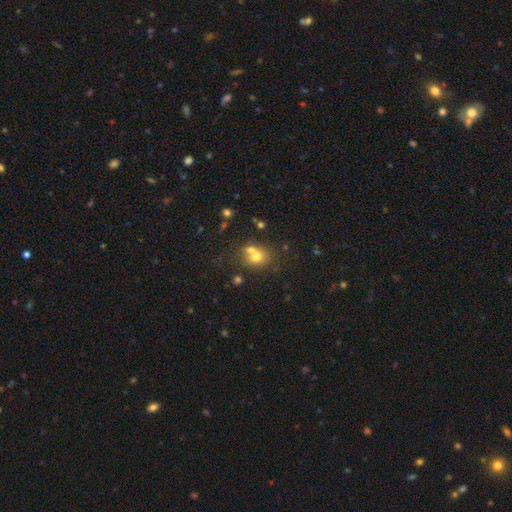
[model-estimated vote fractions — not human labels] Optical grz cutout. It shows a smooth galaxy with no disk features (68%) that is round (65%). Merging: none (46%).